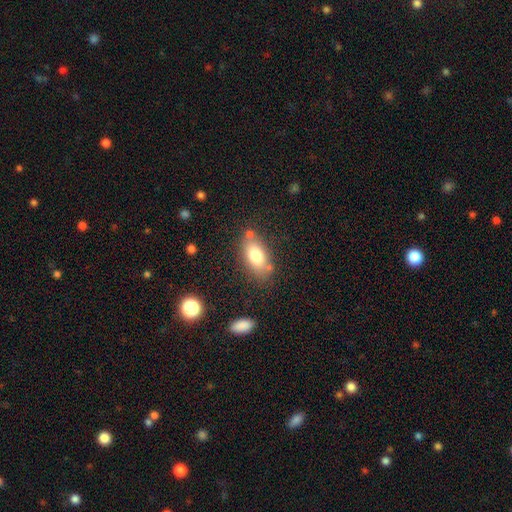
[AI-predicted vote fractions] Overall: smooth (75%). How rounded: in between (87%). Merging: none (71%).